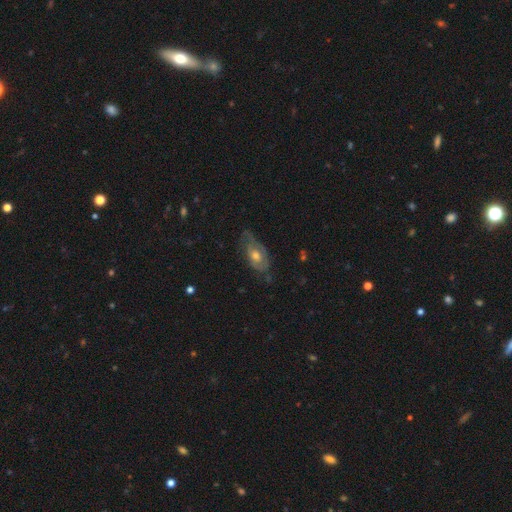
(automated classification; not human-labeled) Smooth or featured? featured or disk (67%)
Edge-on disk? no (89%)
Bar? no (75%)
Spiral arms? yes (69%)
Bulge size? moderate (69%)
Merging? none (56%)